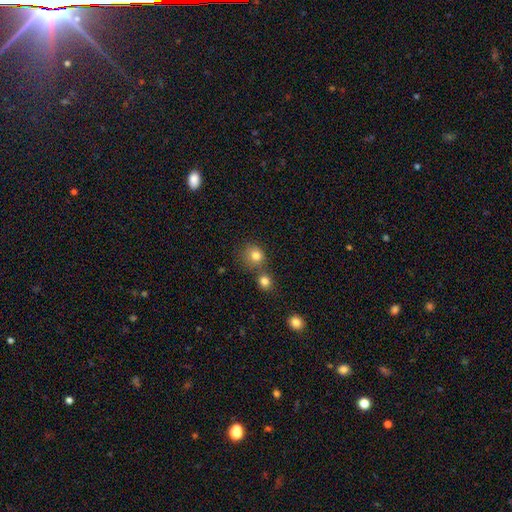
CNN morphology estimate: smooth 80%, star or artifact 12%, featured or disk 7%. Down the decision tree: how rounded — round (85%); merging — none (60%).